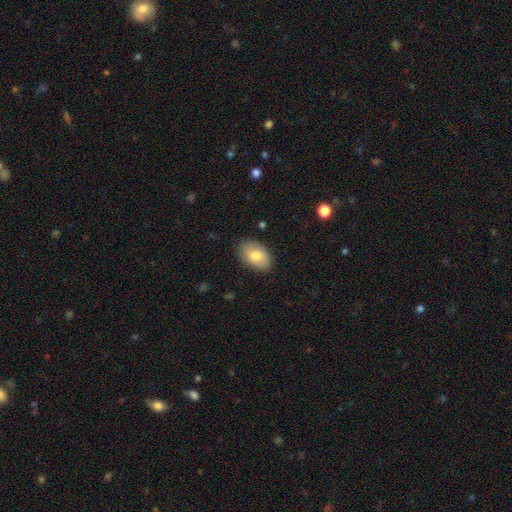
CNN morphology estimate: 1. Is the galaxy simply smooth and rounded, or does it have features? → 75% smooth, 19% featured or disk, 7% star or artifact.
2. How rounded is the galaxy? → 88% in between, 11% round, 1% cigar-shaped.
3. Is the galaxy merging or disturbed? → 84% none, 12% minor disturbance, 3% major disturbance, 1% merger.